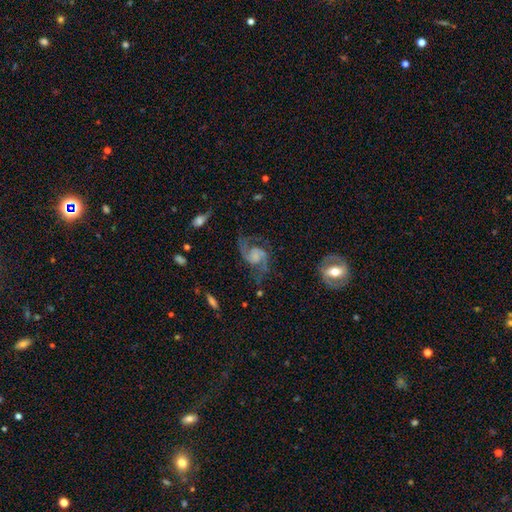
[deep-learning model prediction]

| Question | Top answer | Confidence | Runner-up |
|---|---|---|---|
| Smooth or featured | featured or disk | 89% | star or artifact (6%) |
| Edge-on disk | no | 98% | yes (2%) |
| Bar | no | 58% | weak (33%) |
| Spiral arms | yes | 97% | no (3%) |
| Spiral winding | medium | 48% | loose (43%) |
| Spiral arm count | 2 | 92% | can't tell (2%) |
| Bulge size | none | 45% | small (24%) |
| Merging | none | 69% | minor disturbance (16%) |